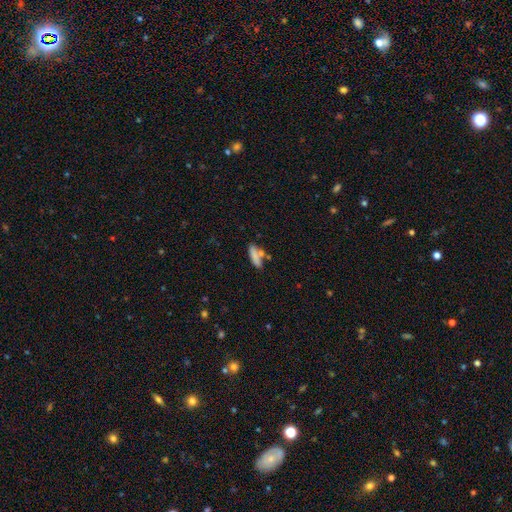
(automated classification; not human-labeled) A smooth galaxy with no disk features (78%) that is cigar-shaped (55%). Merging: none (58%).